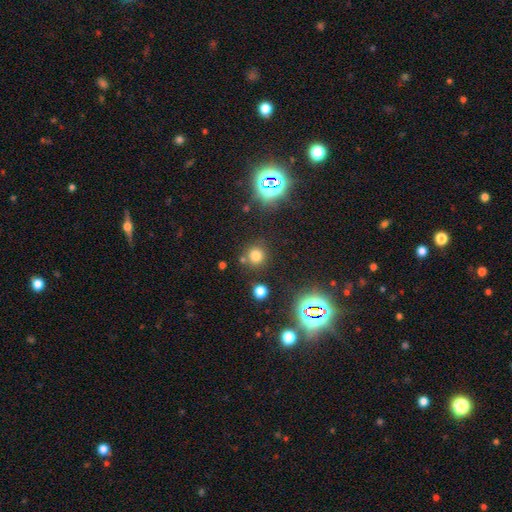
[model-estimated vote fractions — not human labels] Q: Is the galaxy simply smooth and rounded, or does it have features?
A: smooth — 71%.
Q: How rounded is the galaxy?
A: round — 90%.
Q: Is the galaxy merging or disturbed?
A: none — 79%.